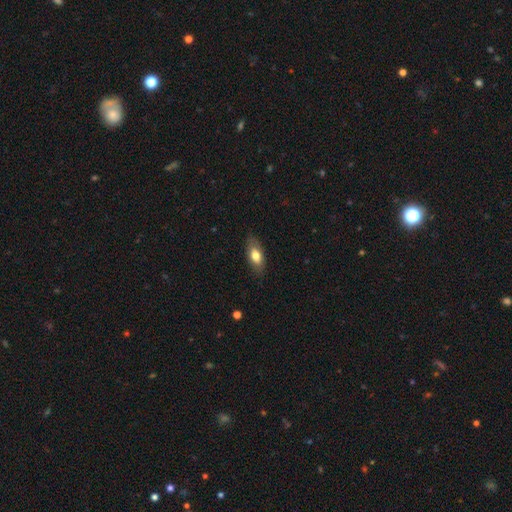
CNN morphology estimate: Q: Smooth or featured?
A: smooth (72%); runner-up: featured or disk (21%)
Q: How rounded?
A: in between (85%); runner-up: cigar-shaped (11%)
Q: Merging?
A: none (82%); runner-up: minor disturbance (14%)